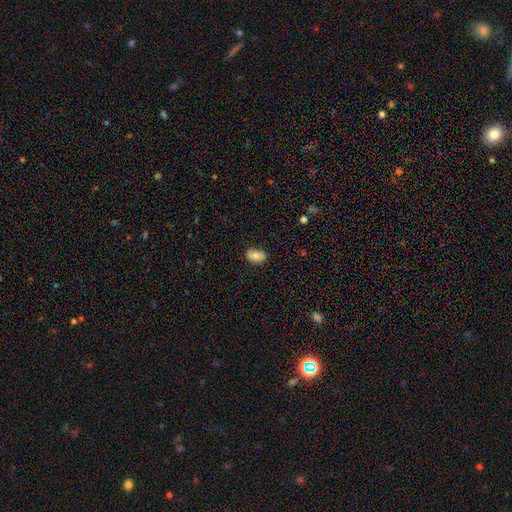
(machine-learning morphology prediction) A smooth galaxy with no disk features (73%) that is in between round and cigar-shaped (89%). Merging: none (81%).